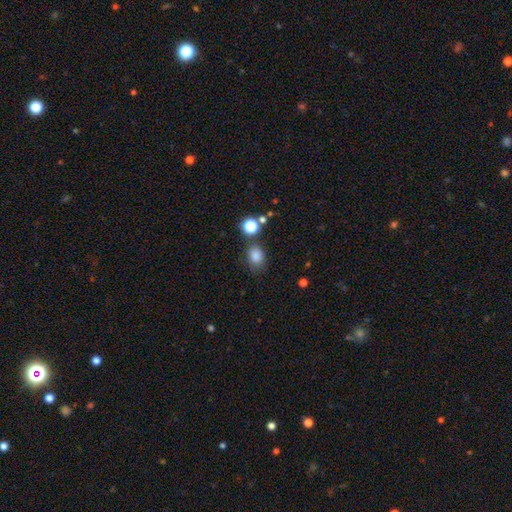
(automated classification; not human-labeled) Q: Smooth or featured?
A: smooth (82%); runner-up: star or artifact (13%)
Q: How rounded?
A: in between (51%); runner-up: round (48%)
Q: Merging?
A: none (70%); runner-up: minor disturbance (17%)